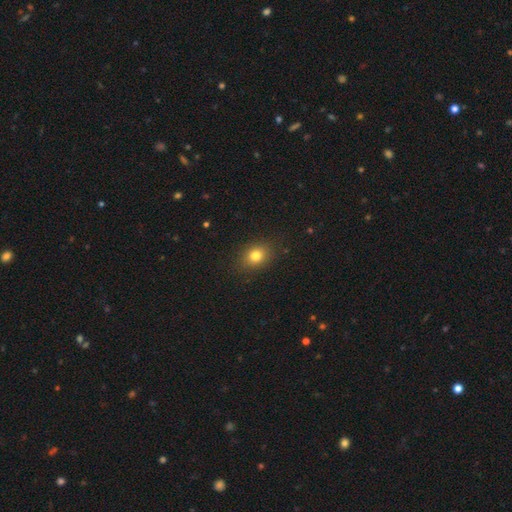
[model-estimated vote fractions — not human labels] This is likely a smooth galaxy (79%). How rounded: possibly in between (56%). Merging: clearly none (86%).